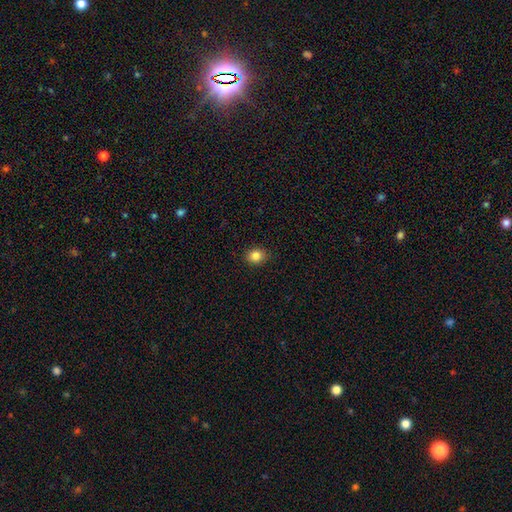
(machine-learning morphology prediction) Smooth or featured?
  - smooth: 84% *
  - star or artifact: 11%
  - featured or disk: 5%
How rounded?
  - round: 62% *
  - in between: 37%
  - cigar-shaped: 1%
Merging?
  - none: 89% *
  - minor disturbance: 8%
  - major disturbance: 2%
  - merger: 1%